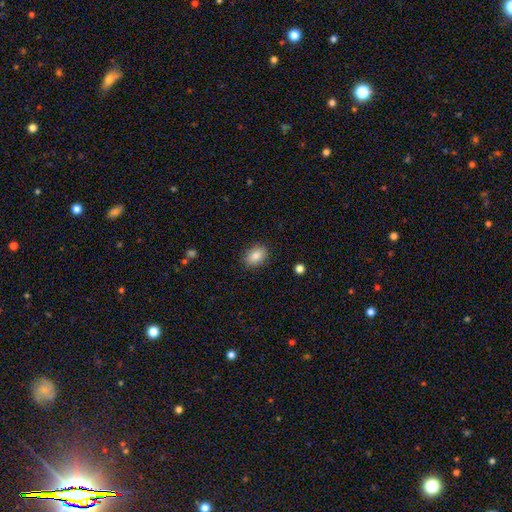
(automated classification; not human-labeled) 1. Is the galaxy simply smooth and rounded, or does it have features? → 85% smooth, 8% star or artifact, 7% featured or disk.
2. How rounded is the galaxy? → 76% in between, 22% round, 1% cigar-shaped.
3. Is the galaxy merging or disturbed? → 87% none, 10% minor disturbance, 2% major disturbance, 1% merger.